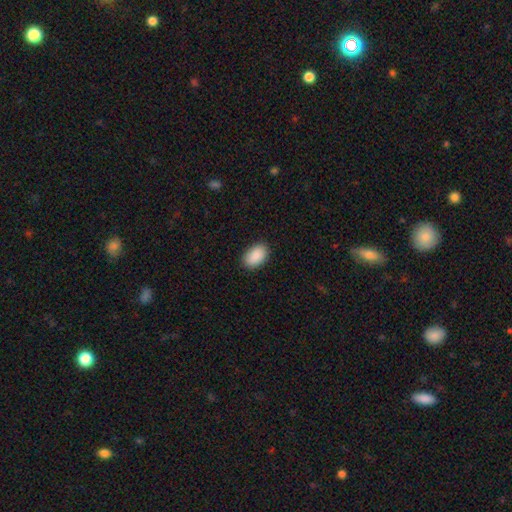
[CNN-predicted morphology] smooth_or_featured: smooth (p=0.91) [alt: star or artifact p=0.06]
how_rounded: in between (p=0.92) [alt: round p=0.06]
merging: none (p=0.88) [alt: minor disturbance p=0.09]